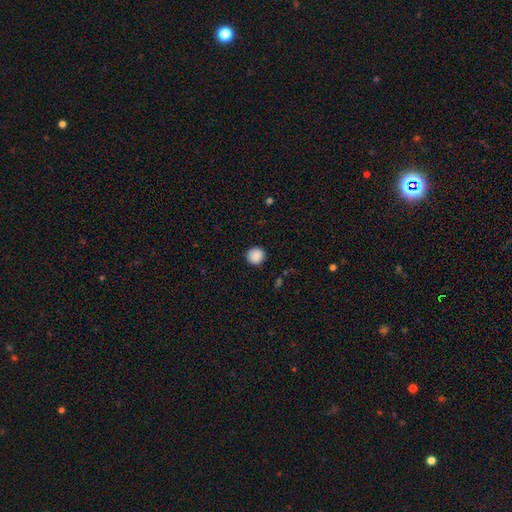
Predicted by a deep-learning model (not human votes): A smooth galaxy with no disk features (89%) that is round (94%). Merging: none (91%).